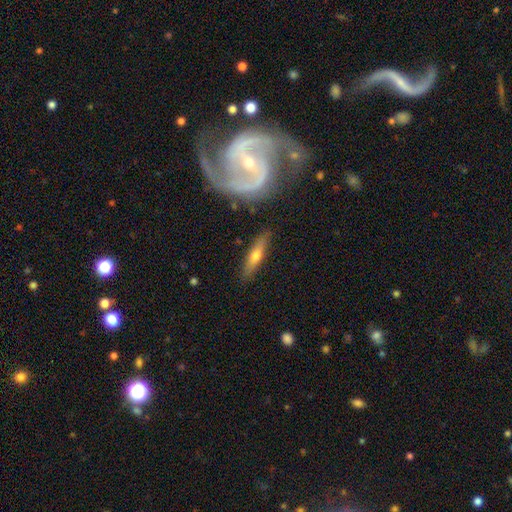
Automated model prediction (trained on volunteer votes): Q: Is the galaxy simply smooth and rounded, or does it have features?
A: smooth — 49%.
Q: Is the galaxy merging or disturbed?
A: none — 84%.